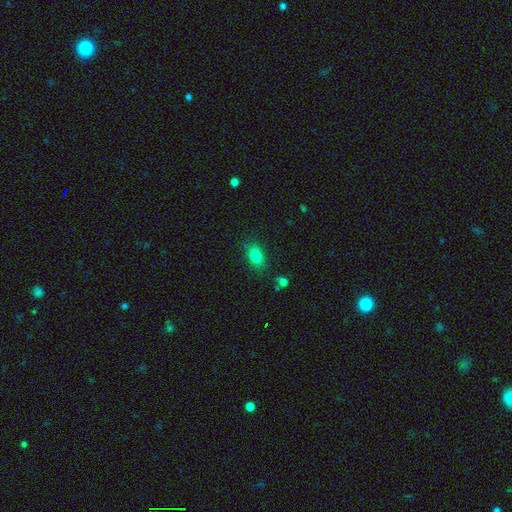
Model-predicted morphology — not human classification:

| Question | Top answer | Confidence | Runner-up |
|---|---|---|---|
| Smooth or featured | smooth | 82% | star or artifact (10%) |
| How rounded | in between | 83% | round (13%) |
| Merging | none | 82% | minor disturbance (13%) |